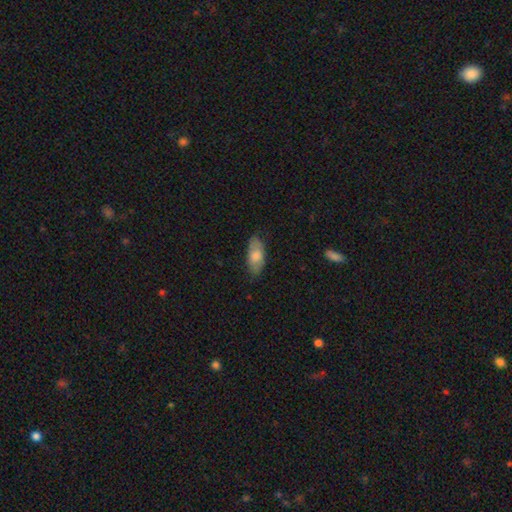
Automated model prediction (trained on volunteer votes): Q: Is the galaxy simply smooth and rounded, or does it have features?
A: smooth — 74%.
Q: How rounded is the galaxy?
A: in between — 86%.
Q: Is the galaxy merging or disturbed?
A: none — 76%.